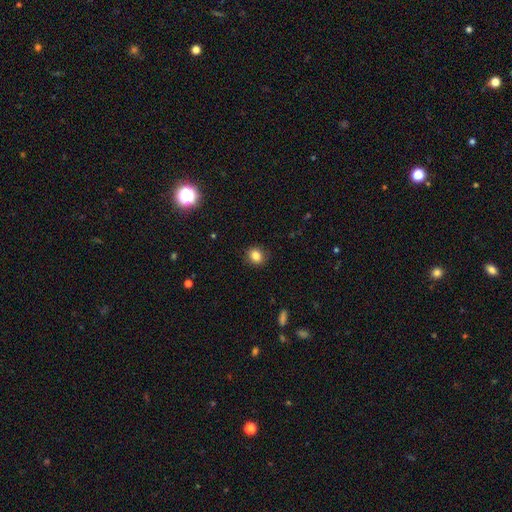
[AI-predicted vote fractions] smooth-or-featured: smooth: 84% | star or artifact: 10% | featured or disk: 5%
  how-rounded: round: 72% | in between: 27% | cigar-shaped: 1%
  merging: none: 88% | minor disturbance: 9% | major disturbance: 2% | merger: 1%